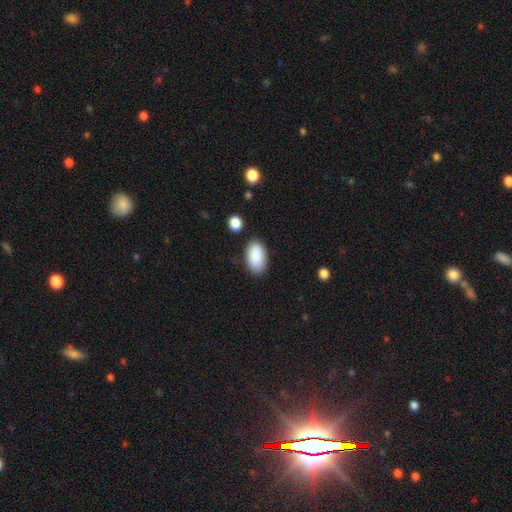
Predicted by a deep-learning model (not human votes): Smooth or featured?
  - smooth: 90% *
  - star or artifact: 6%
  - featured or disk: 4%
How rounded?
  - in between: 95% *
  - round: 4%
  - cigar-shaped: 2%
Merging?
  - none: 85% *
  - minor disturbance: 10%
  - major disturbance: 3%
  - merger: 2%